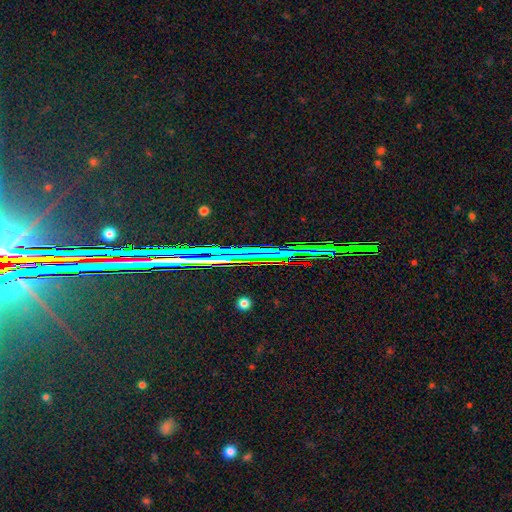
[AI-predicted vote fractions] The model was most divided on "smooth or featured": star or artifact: 82%, featured or disk: 10%, smooth: 8%.